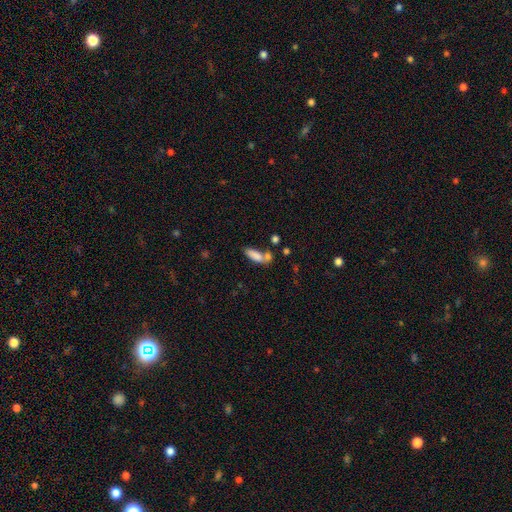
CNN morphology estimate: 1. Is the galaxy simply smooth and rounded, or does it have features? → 81% smooth, 10% featured or disk, 8% star or artifact.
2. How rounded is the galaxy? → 67% in between, 30% cigar-shaped, 3% round.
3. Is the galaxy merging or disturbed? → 41% none, 37% merger, 15% minor disturbance, 7% major disturbance.